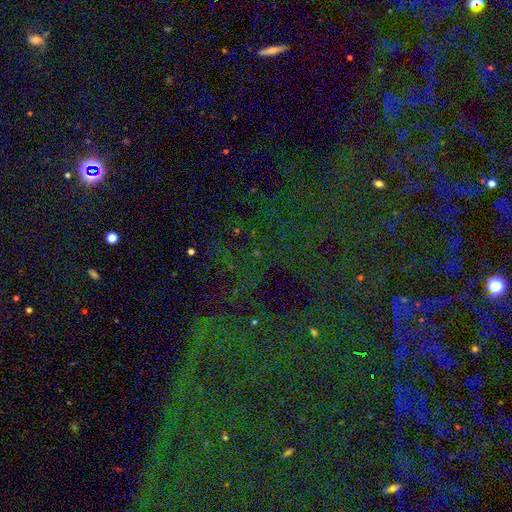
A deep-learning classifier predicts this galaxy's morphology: This is clearly a star or artifact rather than a galaxy (80%).